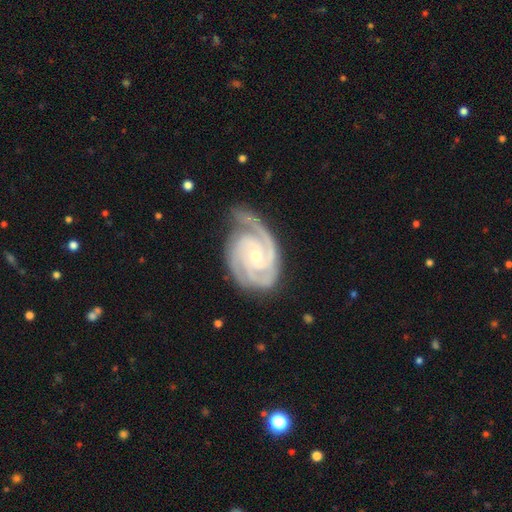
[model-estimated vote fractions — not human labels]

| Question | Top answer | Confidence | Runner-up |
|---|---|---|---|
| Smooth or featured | featured or disk | 93% | star or artifact (4%) |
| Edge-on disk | no | 98% | yes (2%) |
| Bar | no | 64% | weak (27%) |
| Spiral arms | yes | 99% | no (1%) |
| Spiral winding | tight | 71% | medium (26%) |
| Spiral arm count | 3 | 52% | 2 (26%) |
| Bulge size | small | 64% | moderate (33%) |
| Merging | none | 68% | minor disturbance (22%) |